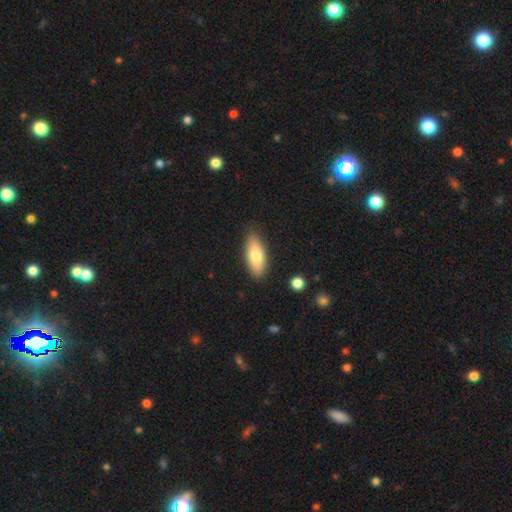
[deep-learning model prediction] Smooth or featured? Predicted: smooth (p=0.75). How rounded? Predicted: in between (p=0.74). Merging? Predicted: none (p=0.87).